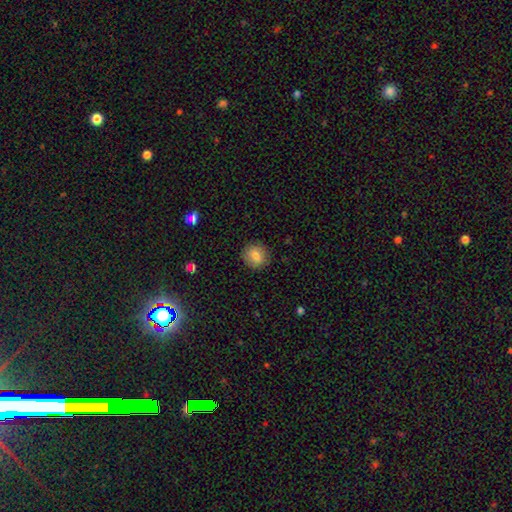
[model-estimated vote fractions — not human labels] This is likely a smooth galaxy (80%). How rounded: clearly round (81%). Merging: clearly none (86%).